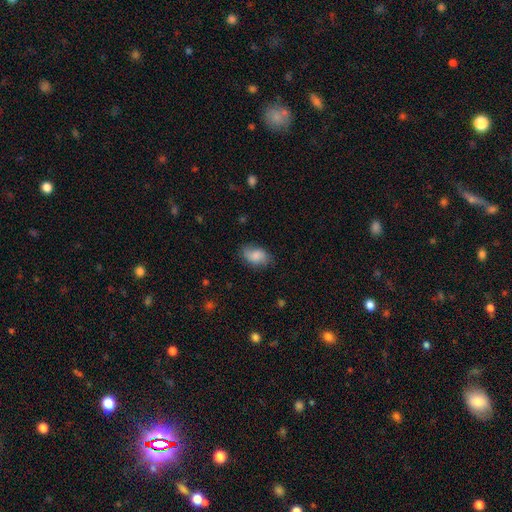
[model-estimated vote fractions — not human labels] Smooth or featured? smooth (74%)
How rounded? in between (87%)
Merging? none (69%)